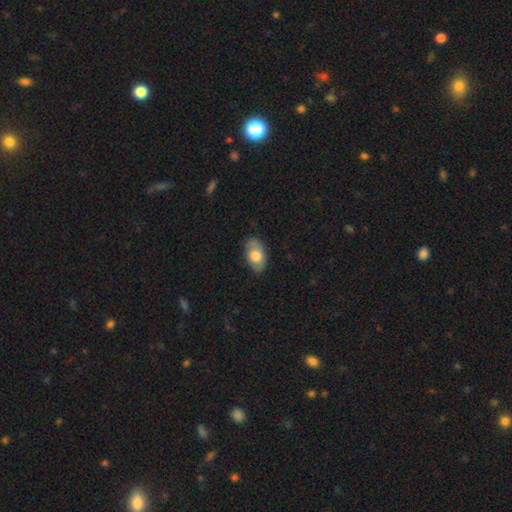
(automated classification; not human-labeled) smooth_or_featured: smooth (p=0.70) [alt: featured or disk p=0.24]
how_rounded: in between (p=0.91) [alt: round p=0.07]
merging: none (p=0.78) [alt: minor disturbance p=0.18]